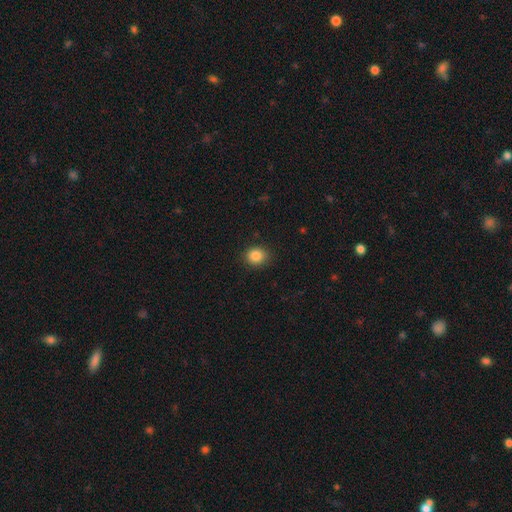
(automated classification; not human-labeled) A smooth galaxy with no disk features (86%) that is round (75%).

Vote fractions:
- Smooth or featured? smooth: 86% / star or artifact: 10% / featured or disk: 4%
- How rounded? round: 75% / in between: 24% / cigar-shaped: 1%
- Merging? none: 87% / minor disturbance: 9% / major disturbance: 3% / merger: 1%